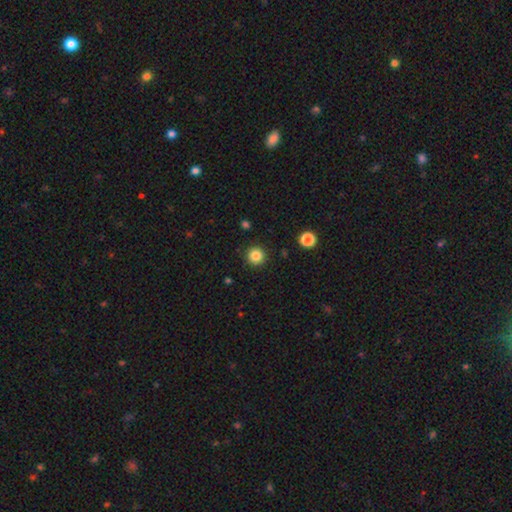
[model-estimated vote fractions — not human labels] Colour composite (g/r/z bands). It shows a smooth galaxy with no disk features (85%) that is round (95%). Merging: none (92%).